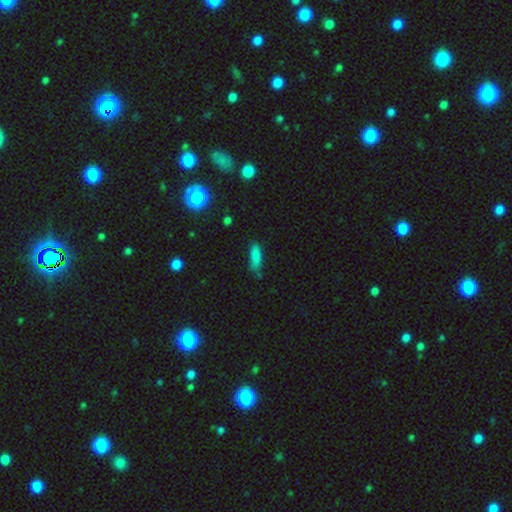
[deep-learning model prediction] A smooth galaxy with no disk features (83%) that is in between round and cigar-shaped (49%). Merging: none (66%).